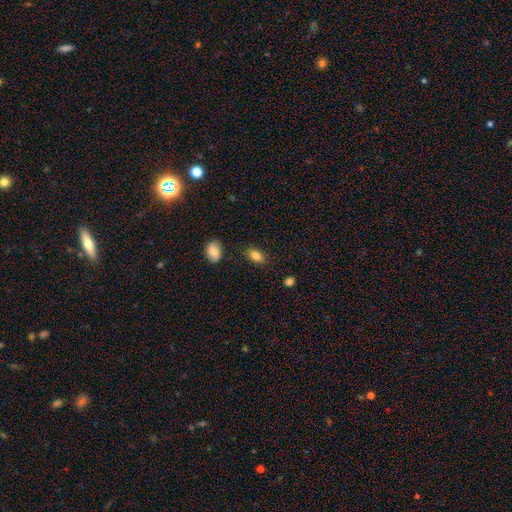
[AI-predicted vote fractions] This is clearly a smooth galaxy (85%). How rounded: clearly in between (88%). Merging: clearly none (84%).